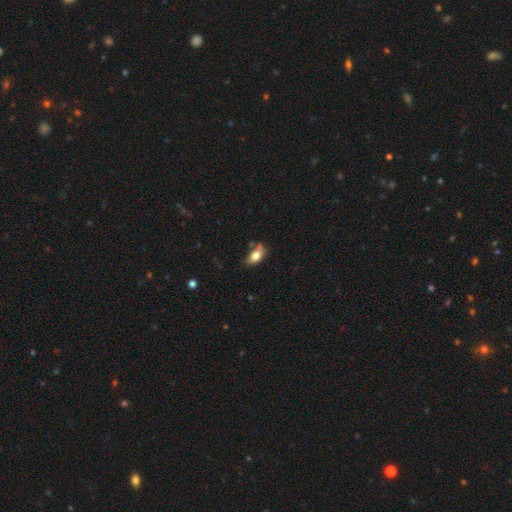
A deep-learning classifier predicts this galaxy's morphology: This appears to be a smooth galaxy with no disk features (76%) that is in between round and cigar-shaped (87%). Merging: none (48%).